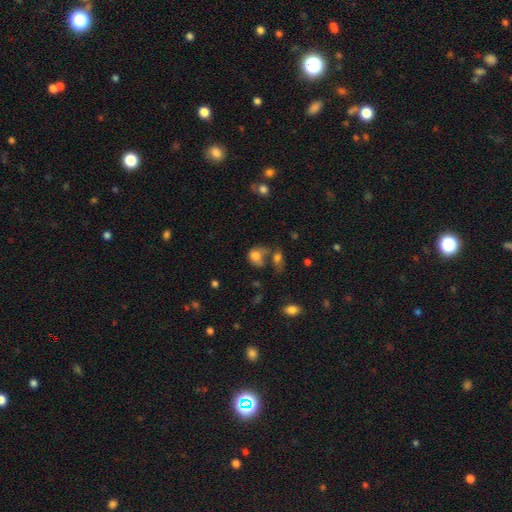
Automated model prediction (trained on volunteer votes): smooth 73%, featured or disk 15%, star or artifact 11%. Down the decision tree: how rounded — in between (59%); merging — merger (40%).